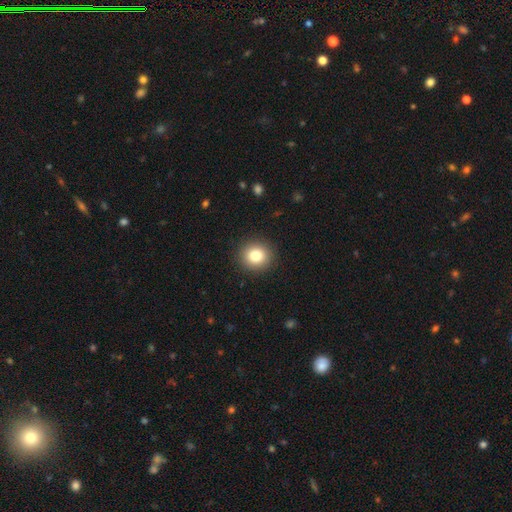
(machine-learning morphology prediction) Smooth or featured? smooth (82%)
How rounded? round (88%)
Merging? none (92%)